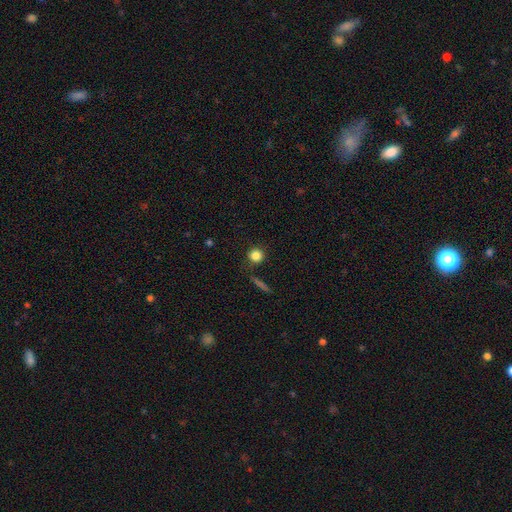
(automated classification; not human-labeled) Morphology: type=smooth (83%); roundness=round (93%); merging=none (84%).